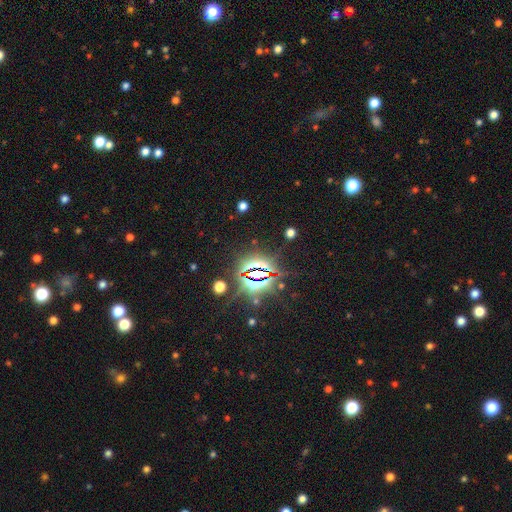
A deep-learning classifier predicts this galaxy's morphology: This appears to be a star or artifact, not a galaxy (84%).